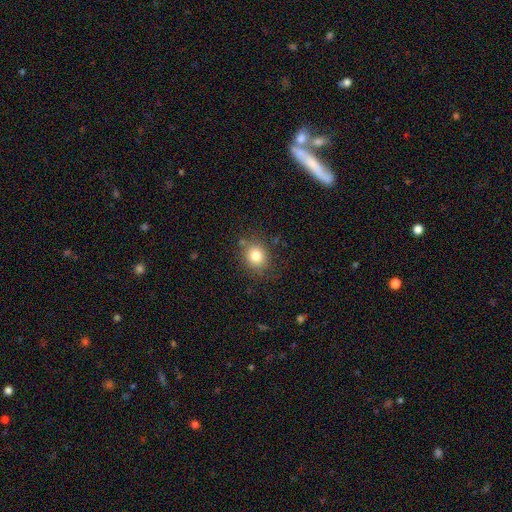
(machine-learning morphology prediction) smooth_or_featured: smooth (p=0.81) [alt: star or artifact p=0.11]
how_rounded: round (p=0.69) [alt: in between p=0.30]
merging: none (p=0.80) [alt: minor disturbance p=0.13]